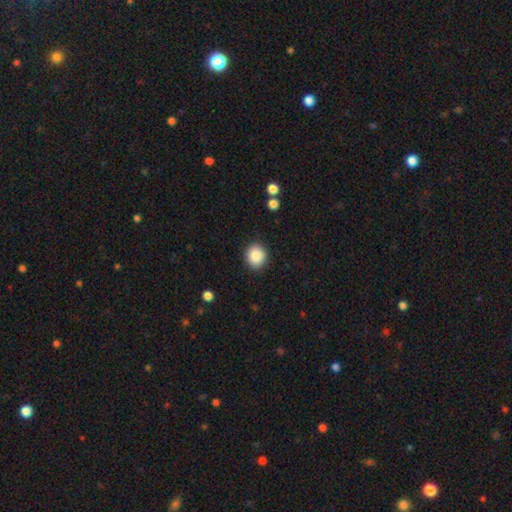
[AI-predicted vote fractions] Morphology: type=smooth (87%); roundness=round (81%); merging=none (89%).